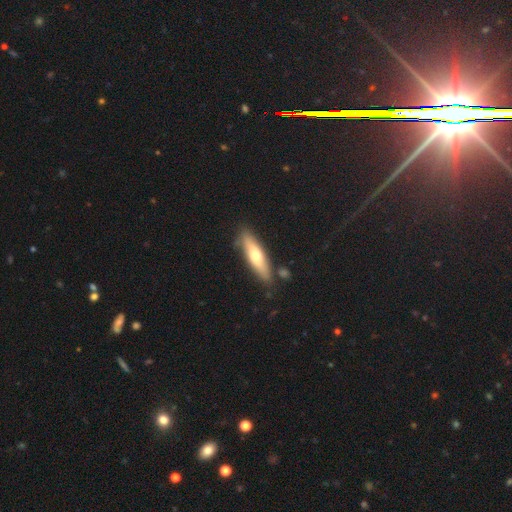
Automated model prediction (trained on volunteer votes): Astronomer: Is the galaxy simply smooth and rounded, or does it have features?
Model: smooth — 58% (runner-up: featured or disk, 37%).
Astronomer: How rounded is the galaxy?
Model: cigar-shaped — 65%.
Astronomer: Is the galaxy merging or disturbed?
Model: none — 79%.